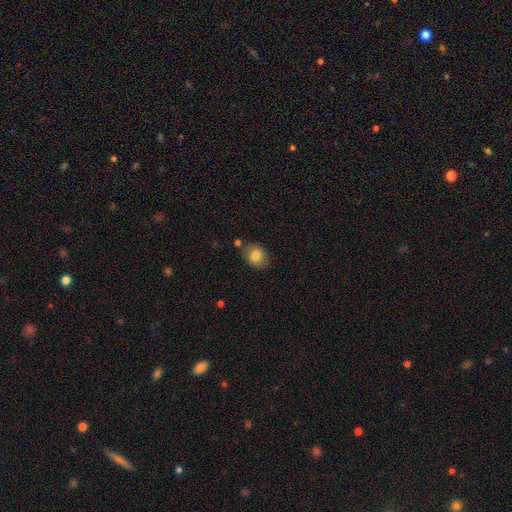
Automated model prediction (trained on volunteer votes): Smooth or featured: smooth — 80% (featured or disk — 12%)
How rounded: in between — 68% (round — 31%)
Merging: none — 77% (minor disturbance — 14%)